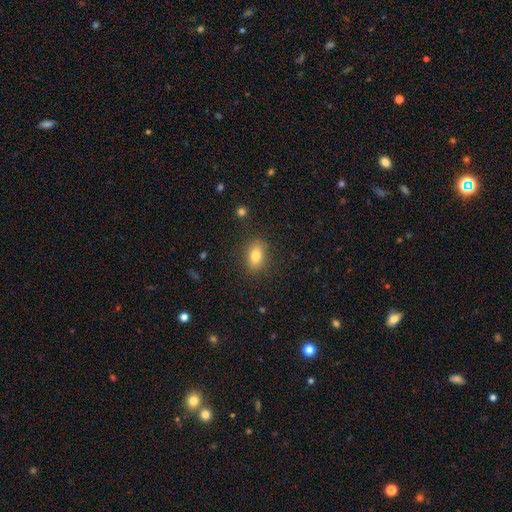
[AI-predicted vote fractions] This appears to be a smooth galaxy with no disk features (81%) that is in between round and cigar-shaped (81%). Merging: none (85%).